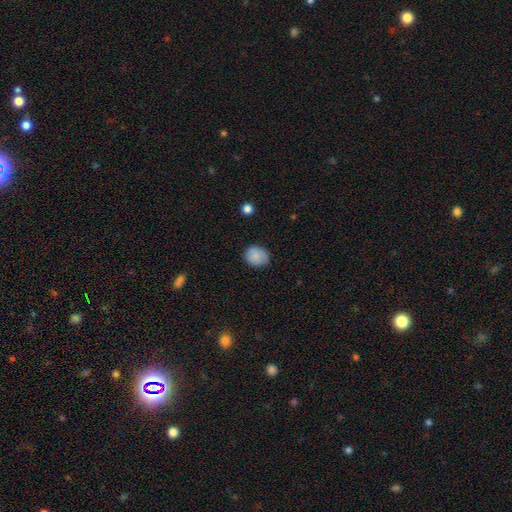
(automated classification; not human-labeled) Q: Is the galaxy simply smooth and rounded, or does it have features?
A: smooth — 85%.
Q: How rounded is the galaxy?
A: round — 60%.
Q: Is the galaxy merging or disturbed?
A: none — 77%.